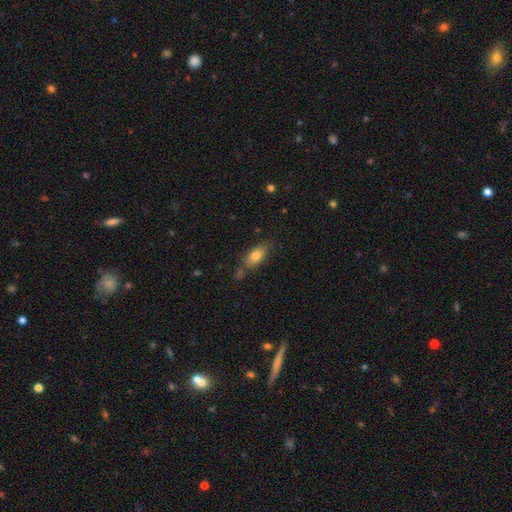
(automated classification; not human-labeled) Smooth or featured? smooth (78%)
How rounded? in between (83%)
Merging? none (64%)